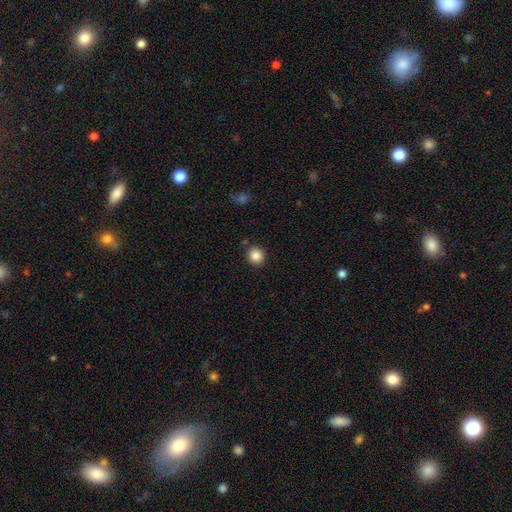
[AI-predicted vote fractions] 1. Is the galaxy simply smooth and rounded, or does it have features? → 86% smooth, 10% star or artifact, 4% featured or disk.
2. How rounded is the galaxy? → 90% round, 9% in between, 1% cigar-shaped.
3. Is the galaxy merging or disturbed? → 88% none, 7% minor disturbance, 3% merger, 2% major disturbance.